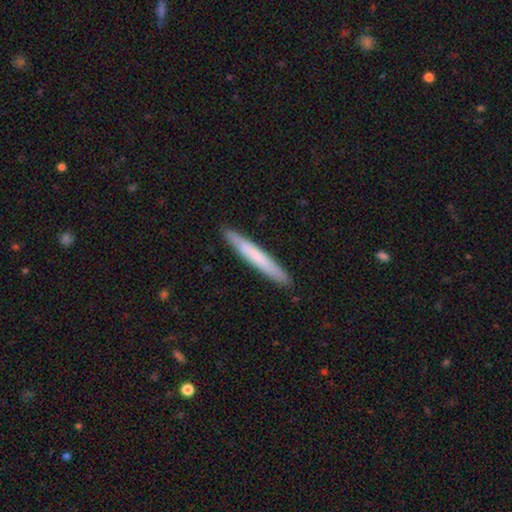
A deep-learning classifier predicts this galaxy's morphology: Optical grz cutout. It shows a smooth galaxy with no disk features (64%) that is cigar-shaped (96%). Merging: none (91%).